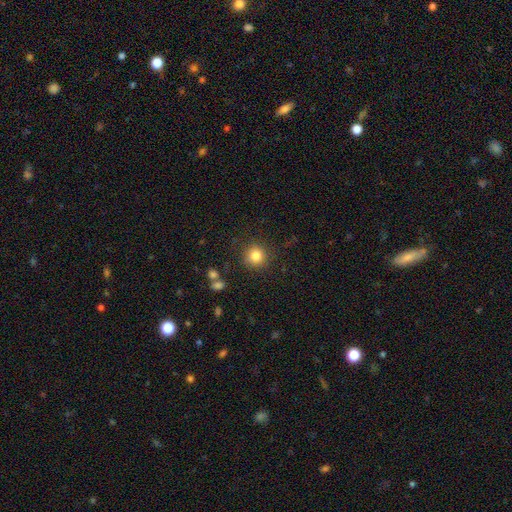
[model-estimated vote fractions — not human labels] Overall: smooth (83%). How rounded: round (91%). Merging: none (86%).